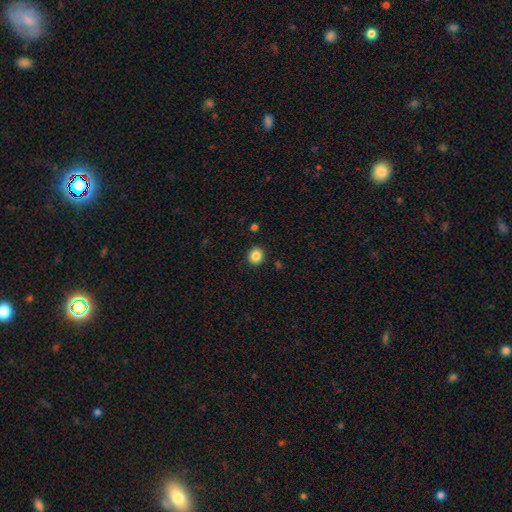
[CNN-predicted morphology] Q: Smooth or featured?
A: smooth (86%); runner-up: star or artifact (10%)
Q: How rounded?
A: round (88%); runner-up: in between (11%)
Q: Merging?
A: none (92%); runner-up: minor disturbance (5%)